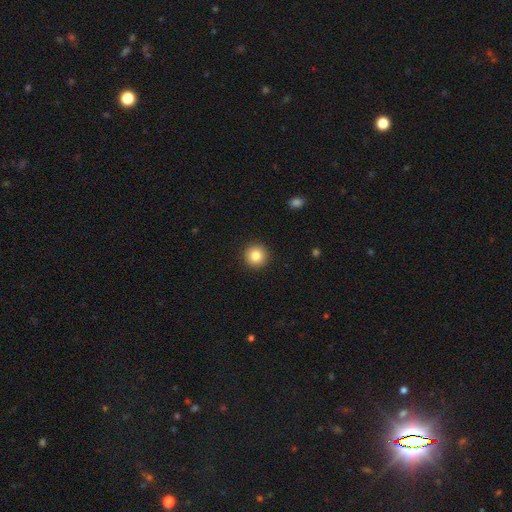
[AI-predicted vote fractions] Smooth or featured: smooth — 83% (star or artifact — 10%)
How rounded: round — 95% (in between — 4%)
Merging: none — 93% (minor disturbance — 5%)